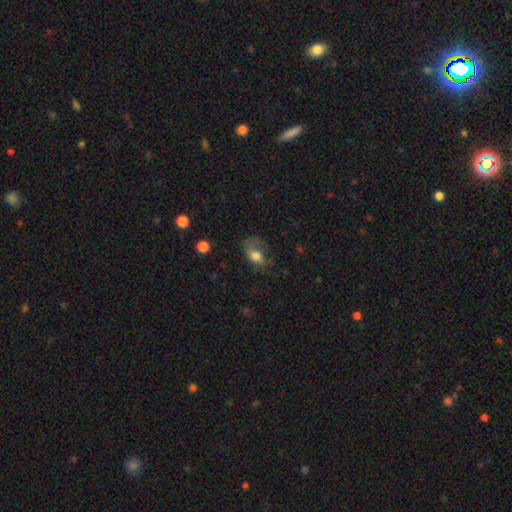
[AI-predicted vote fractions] Smooth or featured: smooth — 64% (featured or disk — 26%)
How rounded: in between — 77% (round — 21%)
Merging: major disturbance — 42% (none — 29%)